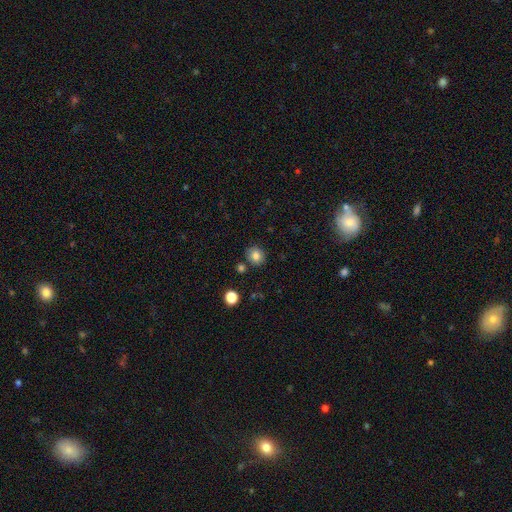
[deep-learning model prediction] A smooth galaxy with no disk features (80%) that is round (82%). Merging: none (83%).